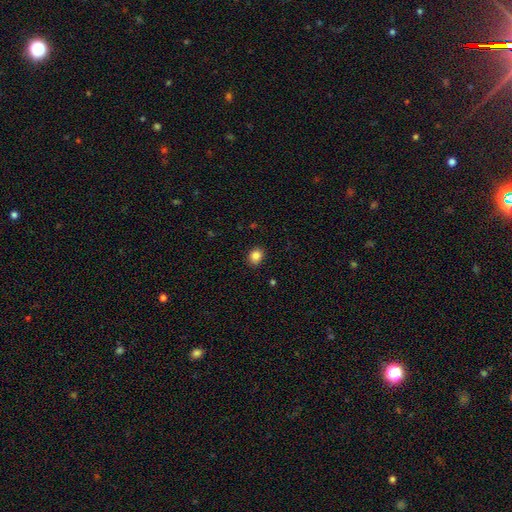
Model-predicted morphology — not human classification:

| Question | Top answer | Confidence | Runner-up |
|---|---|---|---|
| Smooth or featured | smooth | 85% | star or artifact (10%) |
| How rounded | round | 64% | in between (36%) |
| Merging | none | 87% | minor disturbance (9%) |